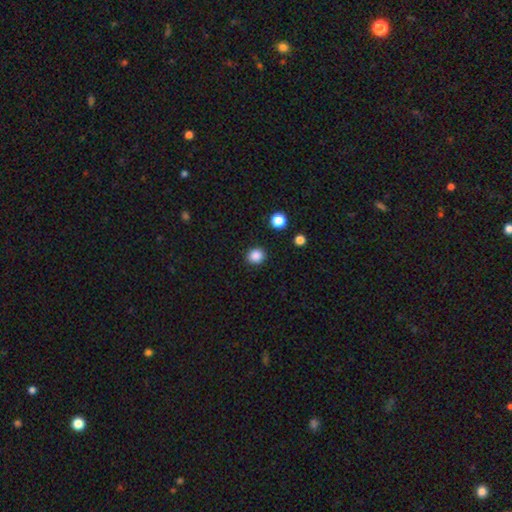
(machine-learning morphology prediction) The model was most divided on "how rounded": round: 84%, in between: 15%, cigar-shaped: 1%. More confident: merging — none (91%); smooth or featured — smooth (87%).